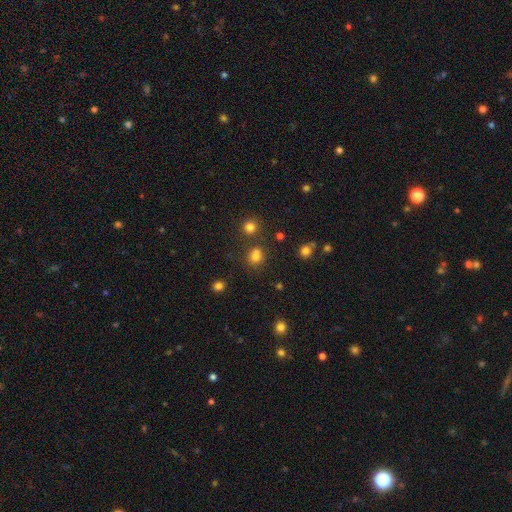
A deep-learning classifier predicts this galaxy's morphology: This appears to be a smooth galaxy with no disk features (72%) that is round (76%). Merging: none (58%).